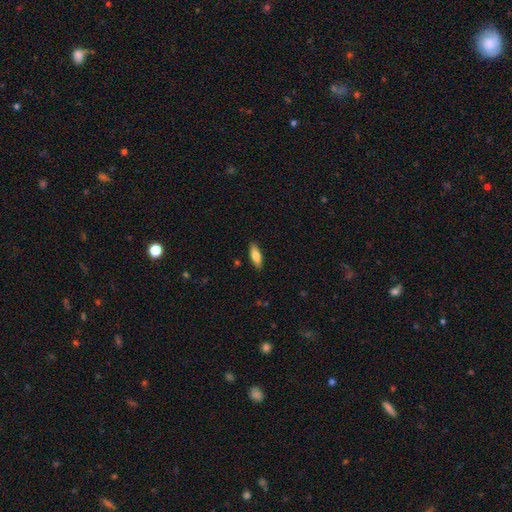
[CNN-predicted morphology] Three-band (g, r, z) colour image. It shows a smooth galaxy with no disk features (75%) that is in between round and cigar-shaped (63%). Merging: none (88%).